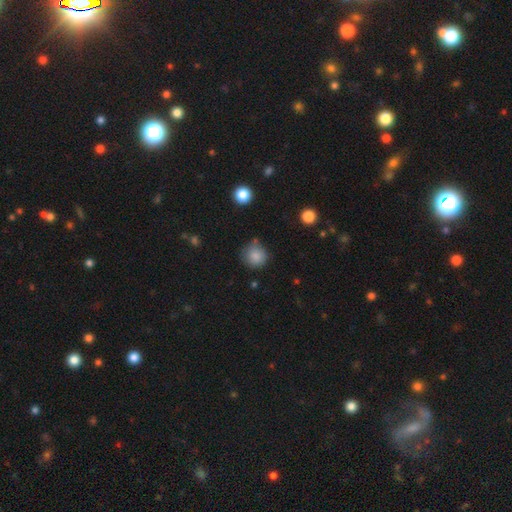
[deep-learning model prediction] smooth-or-featured: smooth: 85% | star or artifact: 10% | featured or disk: 6%
  how-rounded: round: 91% | in between: 8% | cigar-shaped: 1%
  merging: none: 72% | minor disturbance: 20% | major disturbance: 5% | merger: 4%